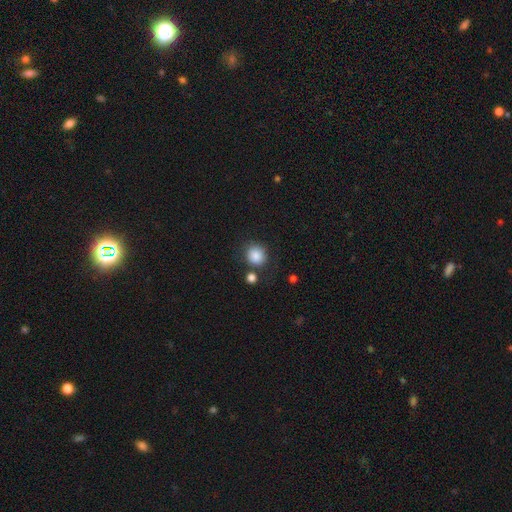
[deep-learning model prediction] smooth_or_featured: smooth (p=0.86) [alt: star or artifact p=0.09]
how_rounded: round (p=0.85) [alt: in between p=0.14]
merging: none (p=0.75) [alt: minor disturbance p=0.12]